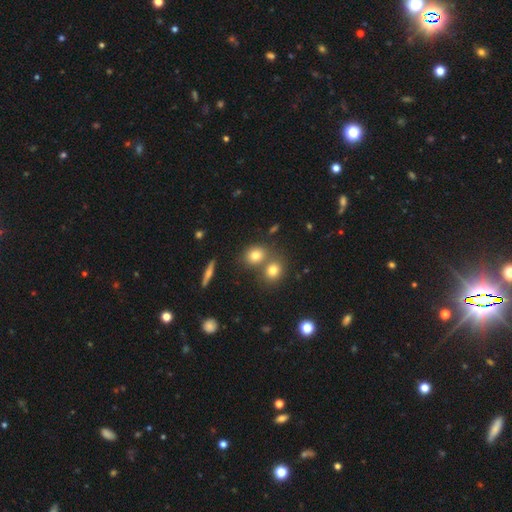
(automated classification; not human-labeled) A smooth galaxy with no disk features (74%) that is round (66%).

Vote fractions:
- Smooth or featured? smooth: 74% / star or artifact: 14% / featured or disk: 12%
- How rounded? round: 66% / in between: 33% / cigar-shaped: 2%
- Merging? none: 56% / merger: 32% / minor disturbance: 9% / major disturbance: 3%